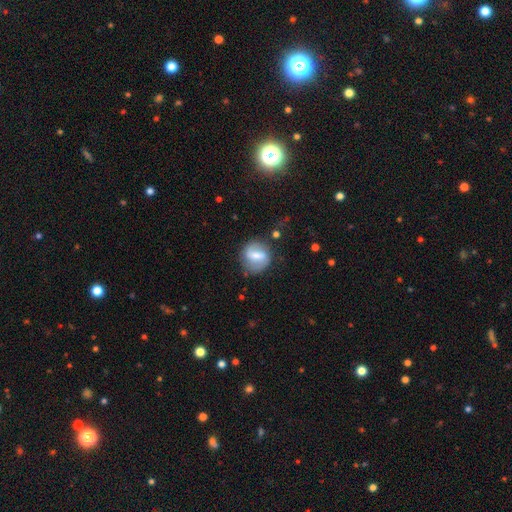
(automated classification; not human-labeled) Smooth or featured? Predicted: featured or disk (p=0.54). Edge-on disk? Predicted: no (p=0.96). Bar? Predicted: strong (p=0.44). Spiral arms? Predicted: yes (p=0.72). Bulge size? Predicted: moderate (p=0.46). Merging? Predicted: none (p=0.76).